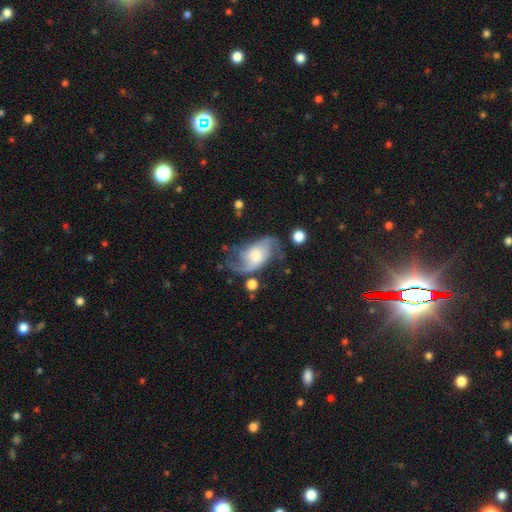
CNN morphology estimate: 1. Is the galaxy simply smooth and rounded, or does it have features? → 81% featured or disk, 13% smooth, 6% star or artifact.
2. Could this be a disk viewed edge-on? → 97% no, 3% yes.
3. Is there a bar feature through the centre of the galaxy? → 58% no, 34% weak, 8% strong.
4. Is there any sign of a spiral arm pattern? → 95% yes, 5% no.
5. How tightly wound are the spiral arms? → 54% loose, 36% medium, 10% tight.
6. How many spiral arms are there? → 81% 2, 6% can't tell, 6% 3, 3% 1, 2% 4, 2% more than 4.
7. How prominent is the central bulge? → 48% moderate, 26% small, 18% large, 5% none, 3% dominant.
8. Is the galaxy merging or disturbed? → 60% none, 21% minor disturbance, 16% major disturbance, 4% merger.